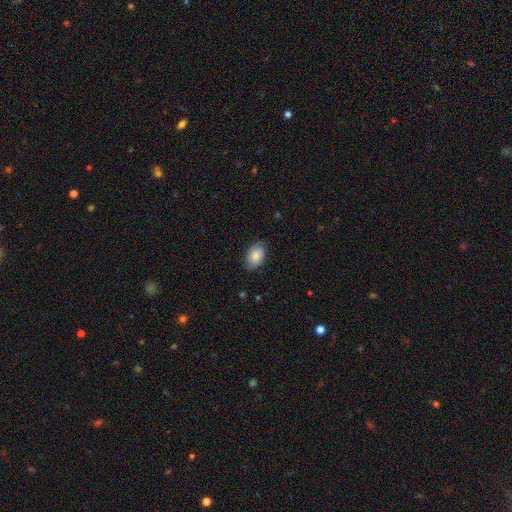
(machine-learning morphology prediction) A smooth galaxy with no disk features (81%) that is in between round and cigar-shaped (88%).

Vote fractions:
- Smooth or featured? smooth: 81% / featured or disk: 12% / star or artifact: 7%
- How rounded? in between: 88% / round: 10% / cigar-shaped: 1%
- Merging? none: 80% / minor disturbance: 16% / major disturbance: 3% / merger: 1%